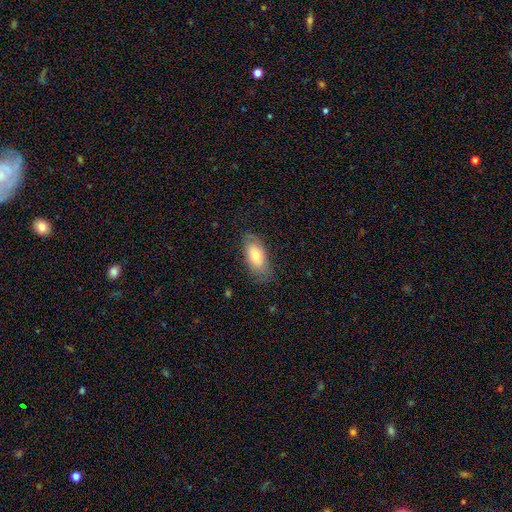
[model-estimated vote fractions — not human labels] smooth 69%, featured or disk 25%, star or artifact 7%. Down the decision tree: how rounded — in between (88%); merging — none (72%).